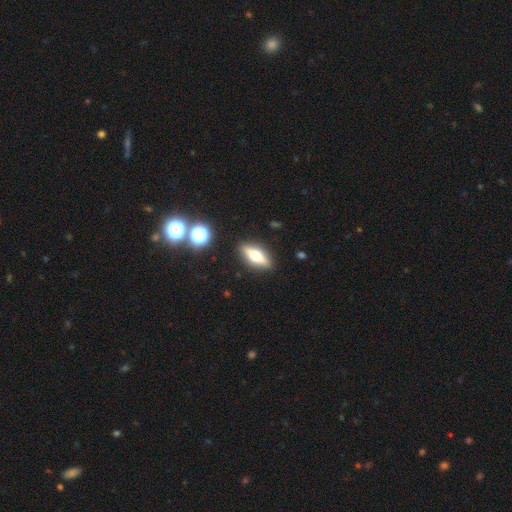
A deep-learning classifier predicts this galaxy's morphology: smooth_or_featured: featured or disk (p=0.48) [alt: smooth p=0.44]
merging: none (p=0.88) [alt: minor disturbance p=0.08]